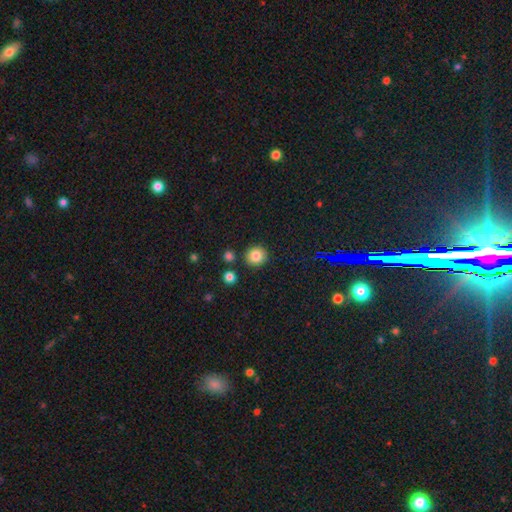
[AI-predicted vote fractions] This is clearly a smooth galaxy (83%). How rounded: clearly round (93%). Merging: clearly none (88%).